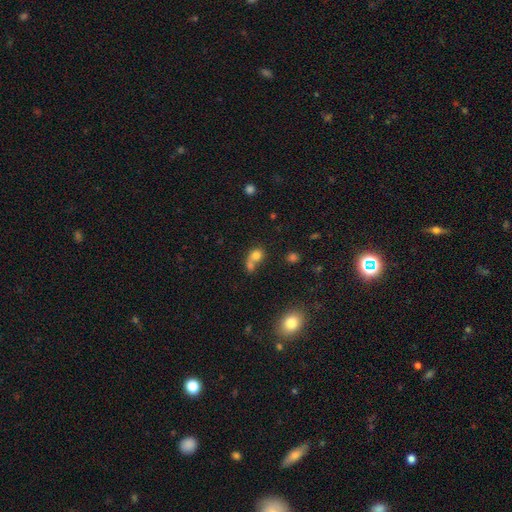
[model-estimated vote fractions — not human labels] This appears to be a smooth galaxy with no disk features (74%) that is round (64%). Merging: merger (57%).